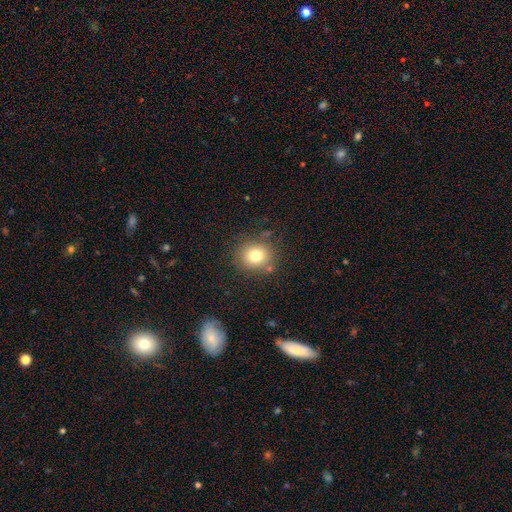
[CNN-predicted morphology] type=smooth (77%); roundness=round (81%); merging=none (80%).